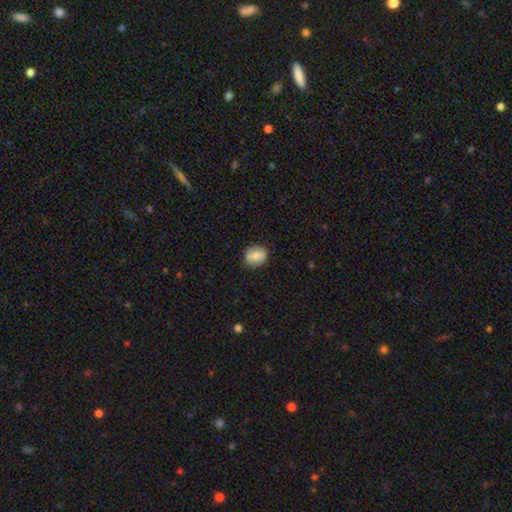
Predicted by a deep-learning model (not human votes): Q: Smooth or featured?
A: smooth (73%); runner-up: featured or disk (19%)
Q: How rounded?
A: round (73%); runner-up: in between (26%)
Q: Merging?
A: none (86%); runner-up: minor disturbance (10%)